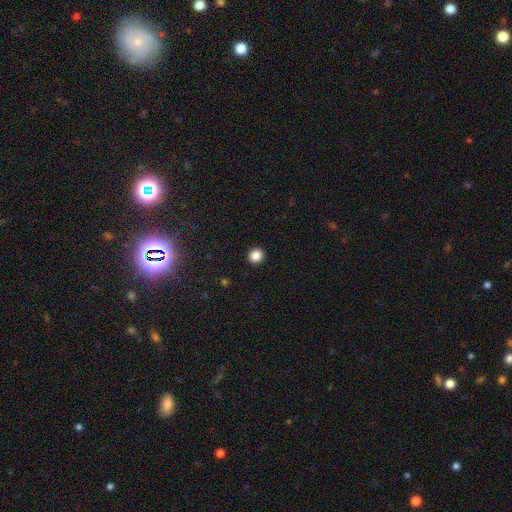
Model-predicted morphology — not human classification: Smooth or featured: smooth — 86% (star or artifact — 11%)
How rounded: round — 88% (in between — 11%)
Merging: none — 93% (minor disturbance — 4%)